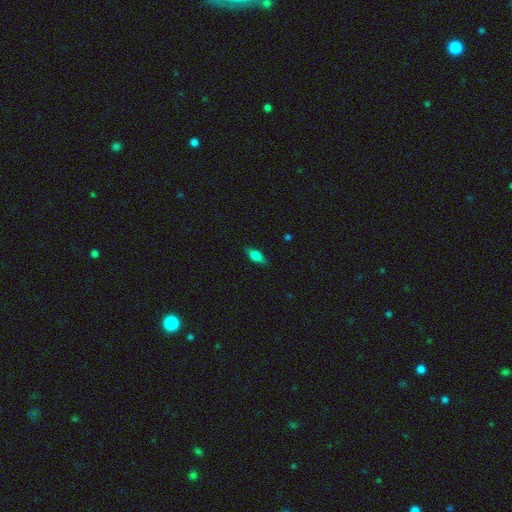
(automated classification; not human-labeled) Morphology: type=smooth (70%); roundness=in between (73%); merging=none (82%).